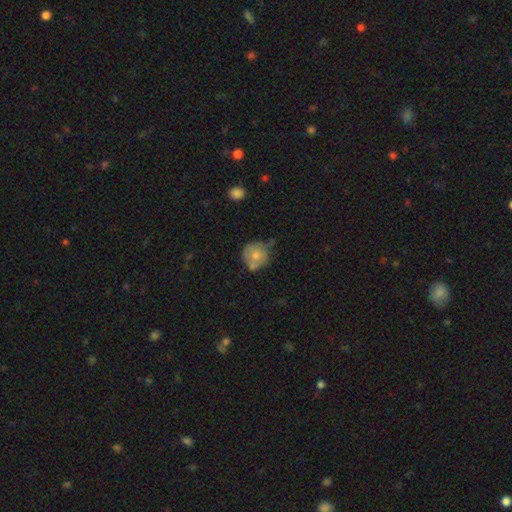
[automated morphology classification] The model was most divided on "merging": none: 50%, minor disturbance: 29%, merger: 14%, major disturbance: 8%. More confident: how rounded — round (87%); smooth or featured — smooth (68%).